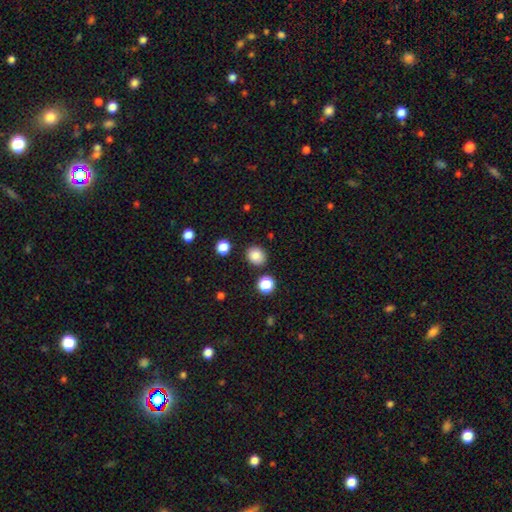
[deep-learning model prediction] Smooth or featured?
  - smooth: 85% *
  - star or artifact: 11%
  - featured or disk: 4%
How rounded?
  - round: 72% *
  - in between: 27%
  - cigar-shaped: 1%
Merging?
  - none: 86% *
  - minor disturbance: 8%
  - merger: 3%
  - major disturbance: 2%